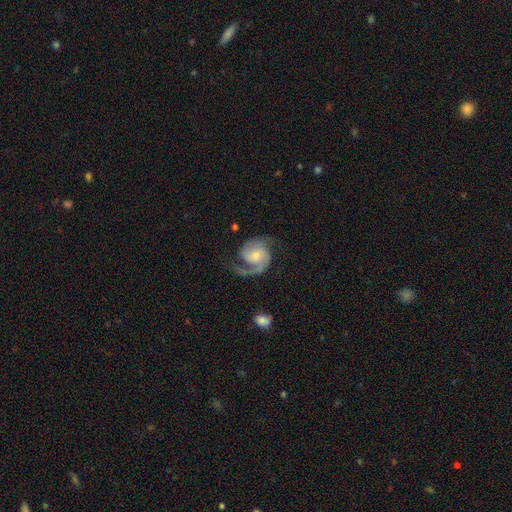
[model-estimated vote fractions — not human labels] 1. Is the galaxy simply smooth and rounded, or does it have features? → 88% featured or disk, 7% smooth, 5% star or artifact.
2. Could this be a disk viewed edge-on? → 98% no, 2% yes.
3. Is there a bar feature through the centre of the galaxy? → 58% no, 34% weak, 8% strong.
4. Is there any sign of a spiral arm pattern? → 97% yes, 3% no.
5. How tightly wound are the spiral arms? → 52% medium, 26% loose, 22% tight.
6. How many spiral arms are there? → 77% 2, 17% 1, 3% can't tell, 2% 3, 1% 4, 1% more than 4.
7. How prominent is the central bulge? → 50% small, 40% moderate, 4% large, 4% none, 1% dominant.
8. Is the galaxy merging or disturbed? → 66% none, 16% major disturbance, 16% minor disturbance, 2% merger.